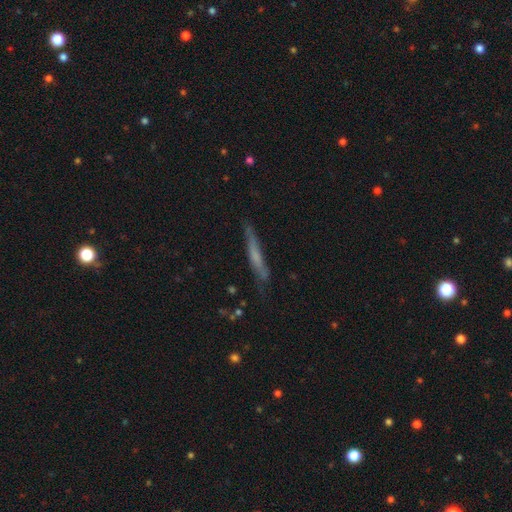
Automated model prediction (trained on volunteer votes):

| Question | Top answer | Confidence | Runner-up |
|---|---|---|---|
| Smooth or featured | smooth | 47% | featured or disk (45%) |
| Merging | none | 72% | minor disturbance (20%) |